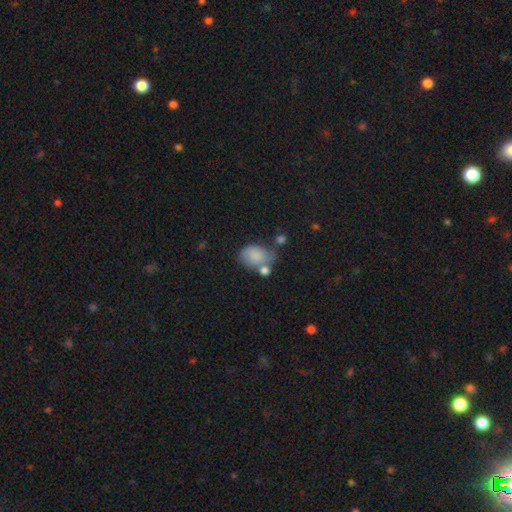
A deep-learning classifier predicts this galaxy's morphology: The model was most divided on "merging": none: 38%, minor disturbance: 28%, merger: 20%, major disturbance: 14%. More confident: smooth or featured — smooth (78%); how rounded — in between (74%).